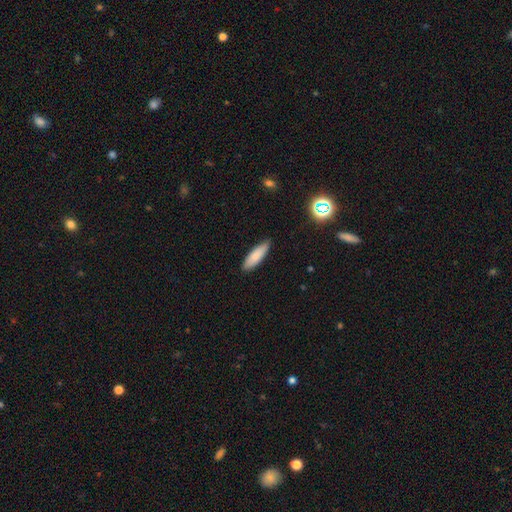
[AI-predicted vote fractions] This is clearly a smooth galaxy (84%). How rounded: possibly cigar-shaped (54%). Merging: clearly none (85%).